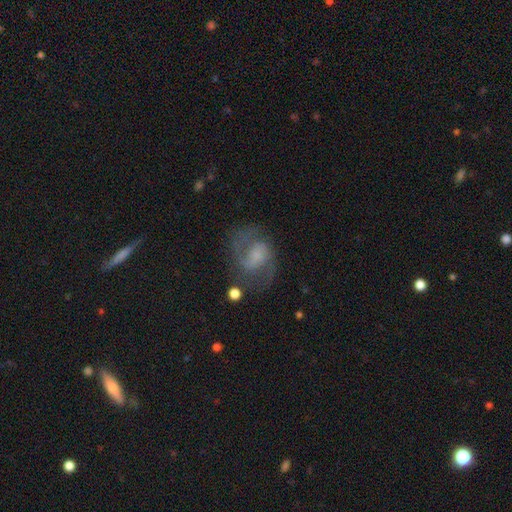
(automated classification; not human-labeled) smooth-or-featured: featured or disk: 77% | smooth: 15% | star or artifact: 8%
  disk-edge-on: no: 98% | yes: 2%
    bar: no: 45% (tied) | weak: 45% (tied) | strong: 10%
    has-spiral-arms: yes: 92% | no: 8%
      spiral-winding: medium: 56% | loose: 28% | tight: 16%
      spiral-arm-count: 2: 85% | can't tell: 6% | 1: 4% | 3: 2% | 4: 1% | more than 4: 1%
    bulge-size: none: 34% | small: 33% | moderate: 22% | large: 9% | dominant: 2%
  merging: none: 65% | minor disturbance: 18% | major disturbance: 14% | merger: 3%